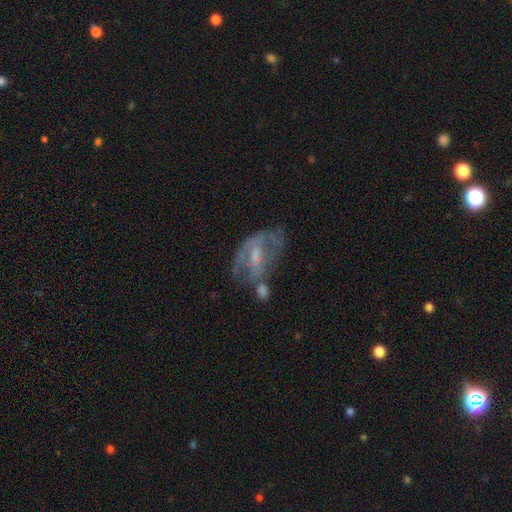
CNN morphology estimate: smooth-or-featured: featured or disk: 68% | smooth: 24% | star or artifact: 9%
  disk-edge-on: no: 94% | yes: 6%
    bar: weak: 46% | no: 34% | strong: 19%
    has-spiral-arms: yes: 55% | no: 45%
    bulge-size: small: 46% | moderate: 32% | none: 18% | large: 3% | dominant: 1%
  merging: none: 33% | major disturbance: 25% | merger: 22% | minor disturbance: 20%